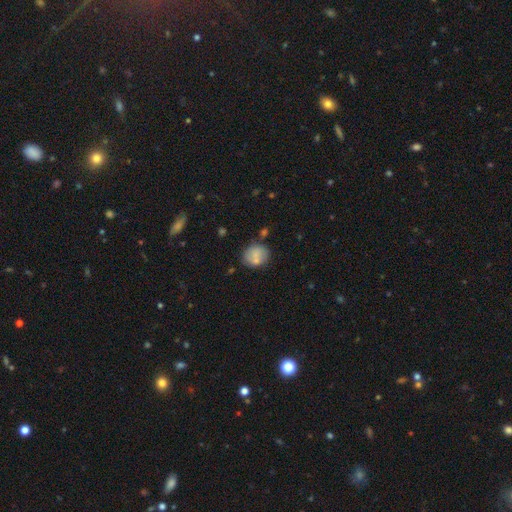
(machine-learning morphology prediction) The model was most divided on "how rounded": round: 68%, in between: 31%, cigar-shaped: 1%. More confident: smooth or featured — smooth (73%); merging — none (64%).